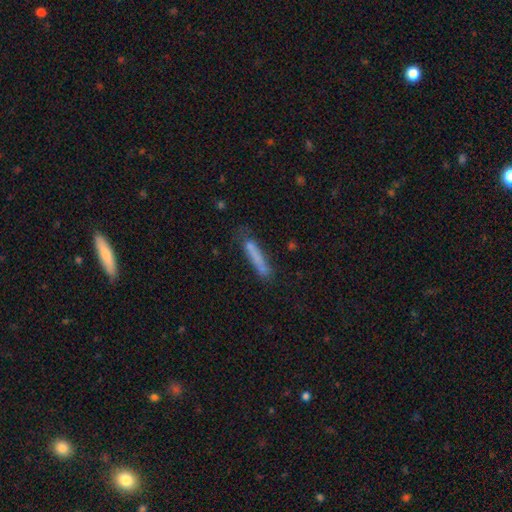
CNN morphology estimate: smooth 71%, featured or disk 20%, star or artifact 9%. Down the decision tree: how rounded — cigar-shaped (92%); merging — none (64%).